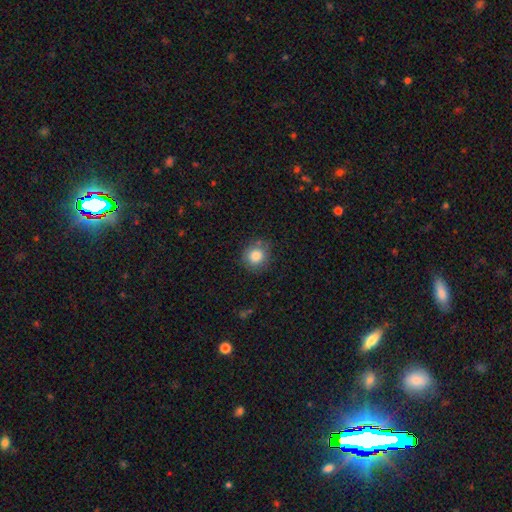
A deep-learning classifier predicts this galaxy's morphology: Smooth or featured? Predicted: smooth (p=0.84). How rounded? Predicted: round (p=0.88). Merging? Predicted: none (p=0.78).